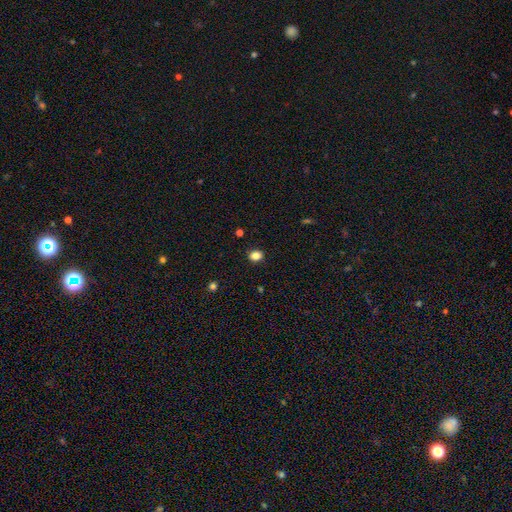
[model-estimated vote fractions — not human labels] Smooth or featured? smooth (84%)
How rounded? round (55%)
Merging? none (89%)